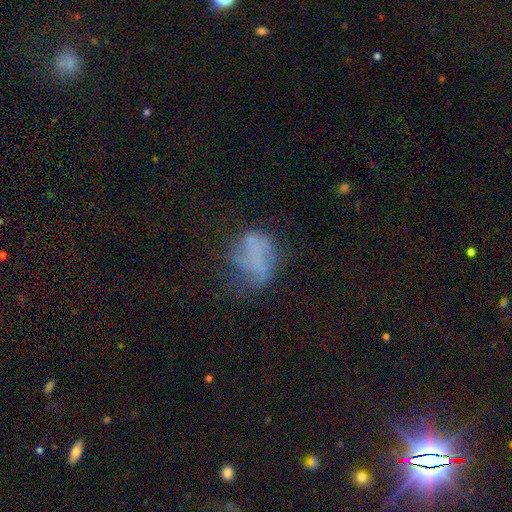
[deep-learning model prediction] Smooth or featured? Predicted: featured or disk (p=0.43). Merging? Predicted: none (p=0.42).